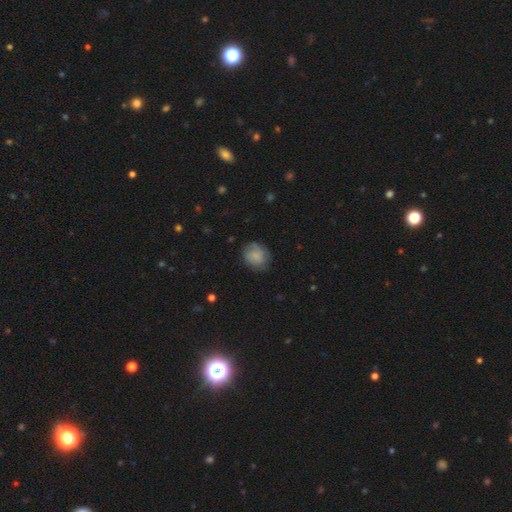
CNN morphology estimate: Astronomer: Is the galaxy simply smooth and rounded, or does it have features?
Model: smooth — 76%.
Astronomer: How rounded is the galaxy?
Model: round — 70%.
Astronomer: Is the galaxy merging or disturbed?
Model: none — 72%.